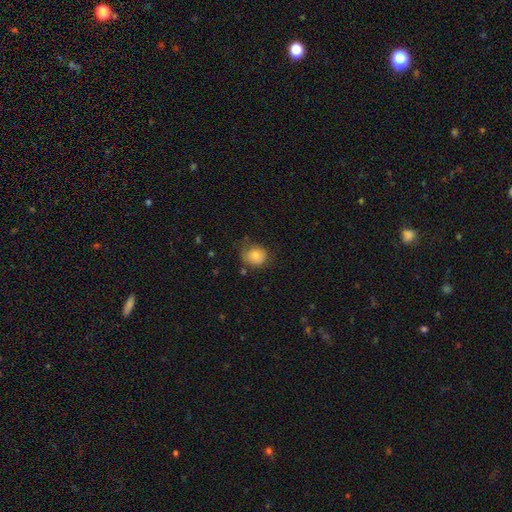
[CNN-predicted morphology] smooth_or_featured: smooth (p=0.80) [alt: featured or disk p=0.11]
how_rounded: round (p=0.71) [alt: in between p=0.28]
merging: none (p=0.59) [alt: minor disturbance p=0.28]